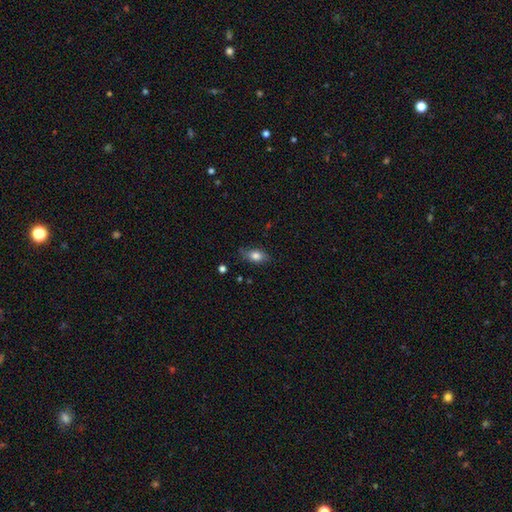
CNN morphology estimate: Smooth or featured? smooth (80%)
How rounded? in between (83%)
Merging? none (76%)